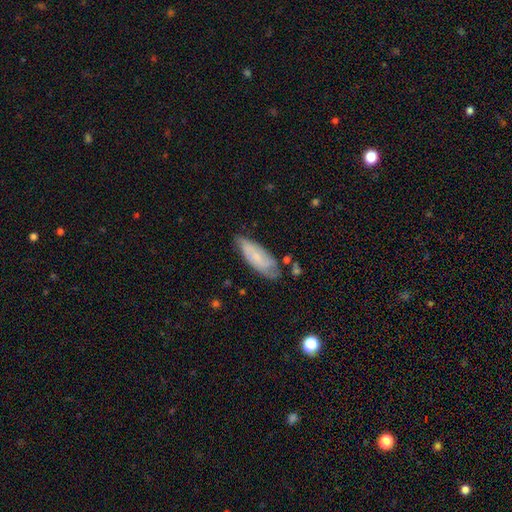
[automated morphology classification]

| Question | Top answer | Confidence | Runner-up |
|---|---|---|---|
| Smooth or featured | smooth | 51% | featured or disk (40%) |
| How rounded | in between | 62% | cigar-shaped (36%) |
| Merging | none | 65% | minor disturbance (25%) |